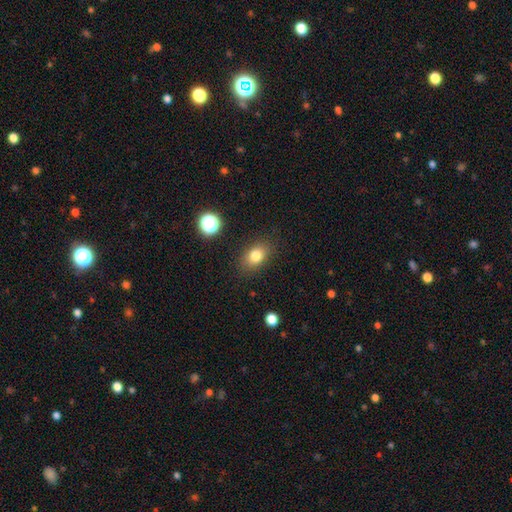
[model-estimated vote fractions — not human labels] Overall: smooth (80%). How rounded: in between (75%). Merging: none (85%).